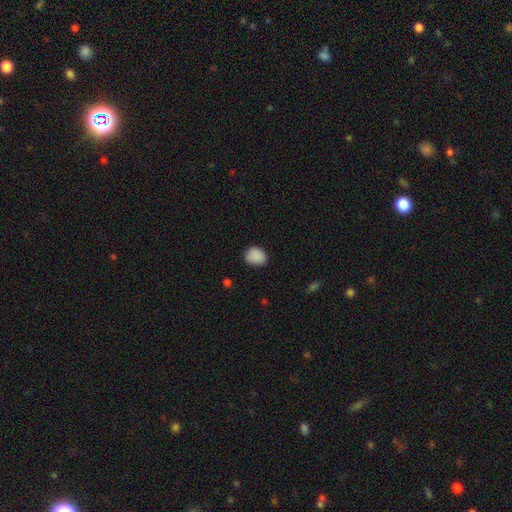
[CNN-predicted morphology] Smooth or featured? smooth (89%)
How rounded? round (53%)
Merging? none (80%)